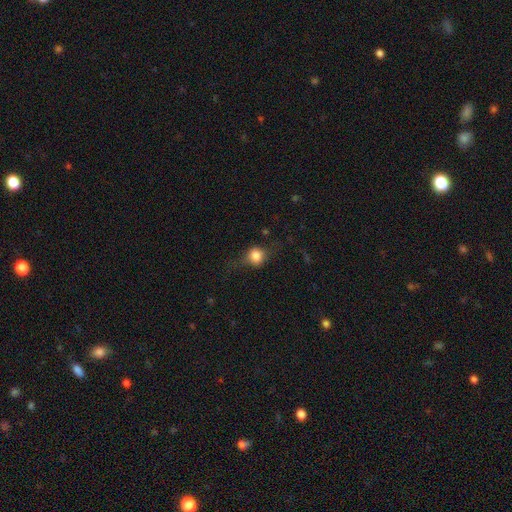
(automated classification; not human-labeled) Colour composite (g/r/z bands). It shows a smooth galaxy with no disk features (66%) that is round (75%). Merging: none (64%).